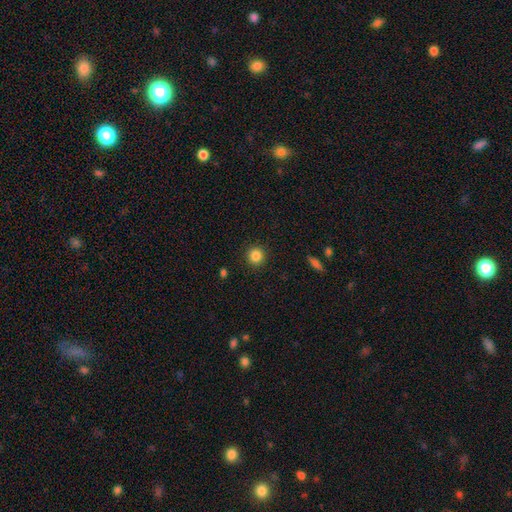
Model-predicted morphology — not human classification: This is clearly a smooth galaxy (85%). How rounded: clearly round (94%). Merging: clearly none (92%).